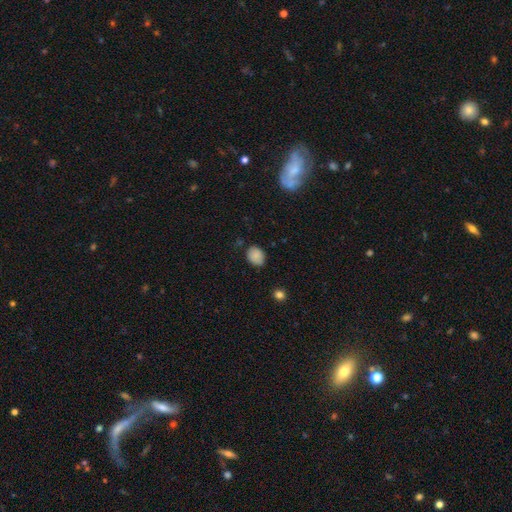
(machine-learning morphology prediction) type=smooth (86%); roundness=in between (55%); merging=none (78%).